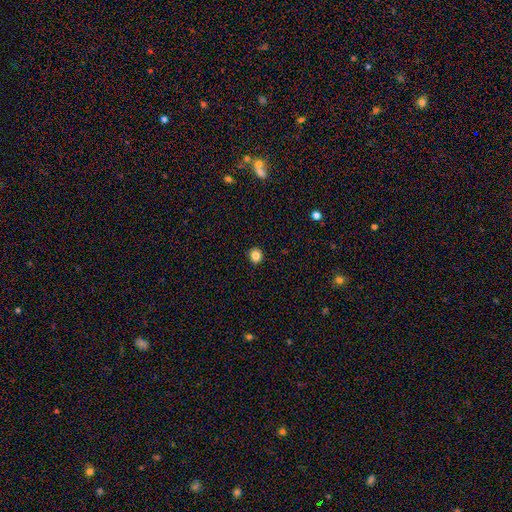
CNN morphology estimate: smooth_or_featured: smooth (p=0.84) [alt: star or artifact p=0.11]
how_rounded: round (p=0.86) [alt: in between p=0.13]
merging: none (p=0.92) [alt: minor disturbance p=0.06]